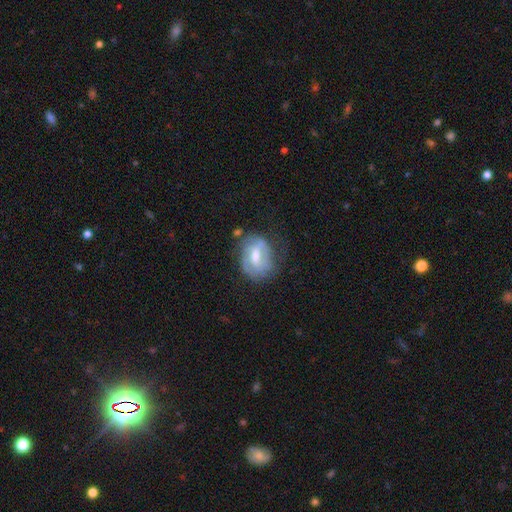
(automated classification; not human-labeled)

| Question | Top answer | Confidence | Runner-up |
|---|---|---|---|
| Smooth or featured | featured or disk | 68% | smooth (25%) |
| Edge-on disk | no | 95% | yes (5%) |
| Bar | weak | 51% | strong (31%) |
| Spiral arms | yes | 71% | no (29%) |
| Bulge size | moderate | 65% | small (23%) |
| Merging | none | 55% | minor disturbance (27%) |